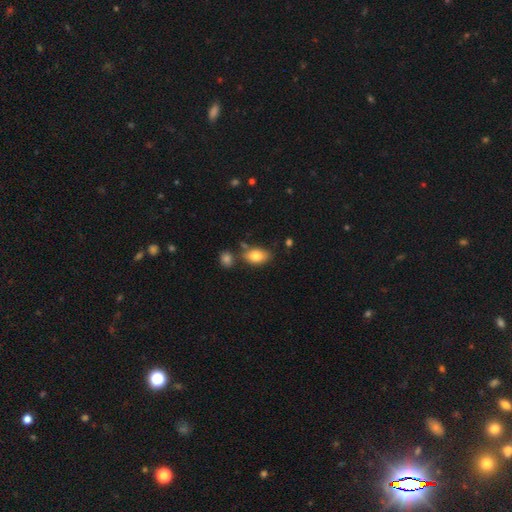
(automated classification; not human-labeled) smooth_or_featured: smooth (p=0.81) [alt: featured or disk p=0.11]
how_rounded: in between (p=0.90) [alt: round p=0.08]
merging: none (p=0.71) [alt: minor disturbance p=0.15]